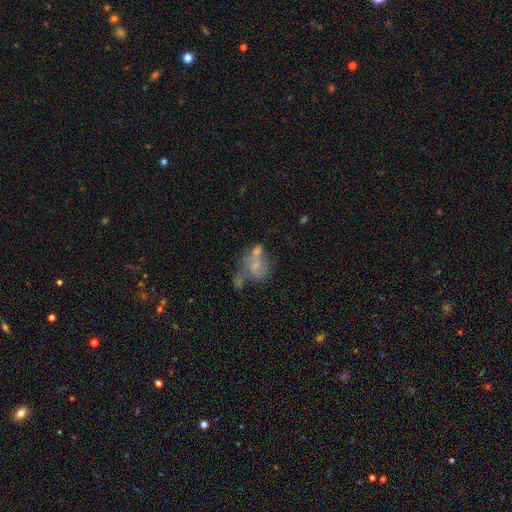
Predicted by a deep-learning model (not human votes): smooth-or-featured: smooth: 47% | featured or disk: 41% | star or artifact: 12%
  merging: merger: 49% | none: 21% | major disturbance: 16% | minor disturbance: 14%